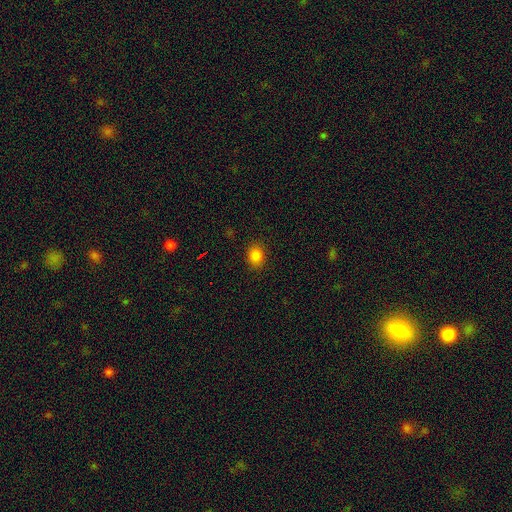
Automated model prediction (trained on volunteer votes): smooth 83%, star or artifact 13%, featured or disk 5%. Down the decision tree: how rounded — in between (50%); merging — none (88%).